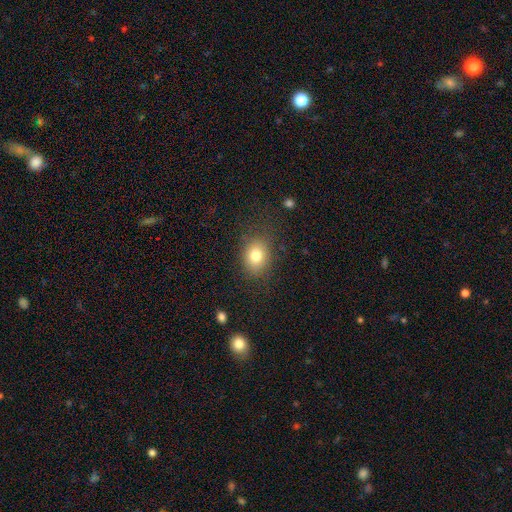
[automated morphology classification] Smooth or featured?
  - smooth: 78% *
  - star or artifact: 11%
  - featured or disk: 10%
How rounded?
  - in between: 51% *
  - round: 48%
  - cigar-shaped: 1%
Merging?
  - none: 79% *
  - minor disturbance: 13%
  - major disturbance: 6%
  - merger: 1%